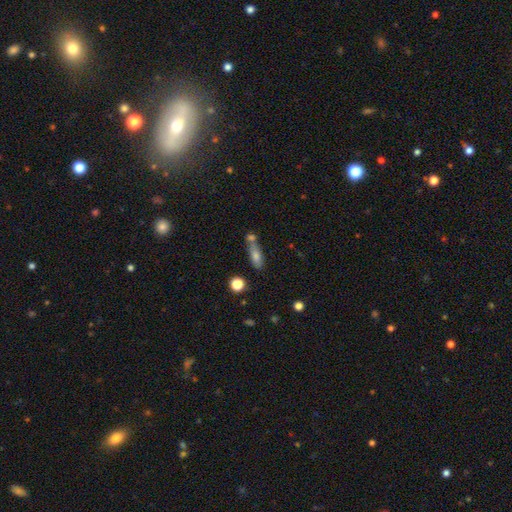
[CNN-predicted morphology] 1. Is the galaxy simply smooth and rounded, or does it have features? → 67% smooth, 21% featured or disk, 11% star or artifact.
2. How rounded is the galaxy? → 49% cigar-shaped, 46% in between, 5% round.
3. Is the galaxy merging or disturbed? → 52% none, 27% merger, 15% minor disturbance, 6% major disturbance.